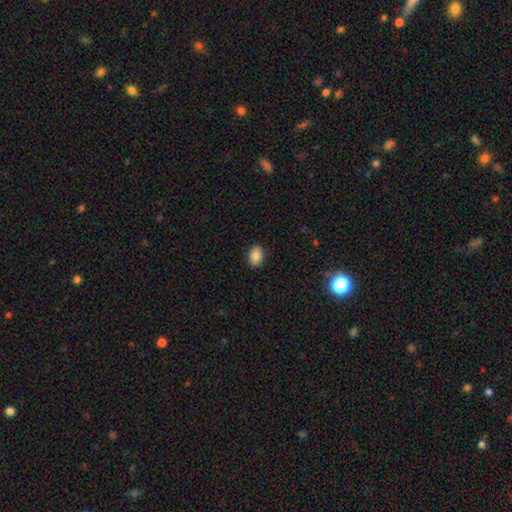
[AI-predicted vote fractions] This is clearly a smooth galaxy (86%). How rounded: likely in between (78%). Merging: clearly none (90%).